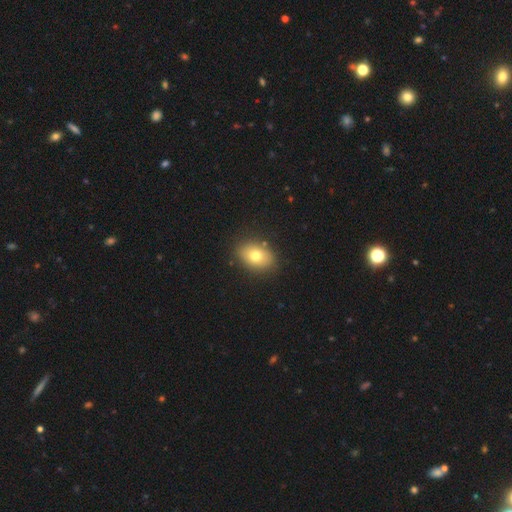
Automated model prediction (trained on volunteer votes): This is likely a smooth galaxy (75%). How rounded: likely in between (75%). Merging: clearly none (86%).